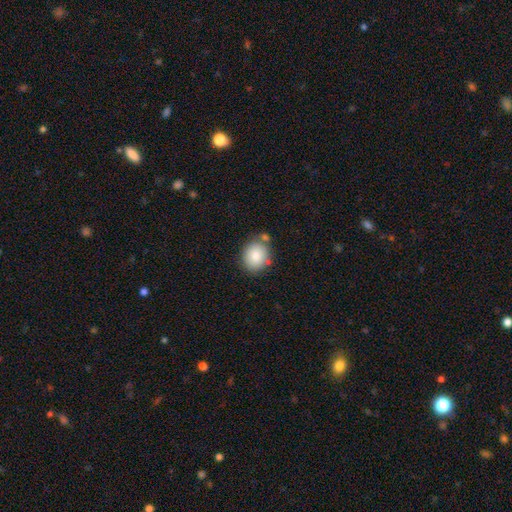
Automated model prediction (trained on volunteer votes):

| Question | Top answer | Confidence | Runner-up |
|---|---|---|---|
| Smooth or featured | smooth | 84% | star or artifact (8%) |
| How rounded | round | 66% | in between (33%) |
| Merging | none | 70% | minor disturbance (15%) |